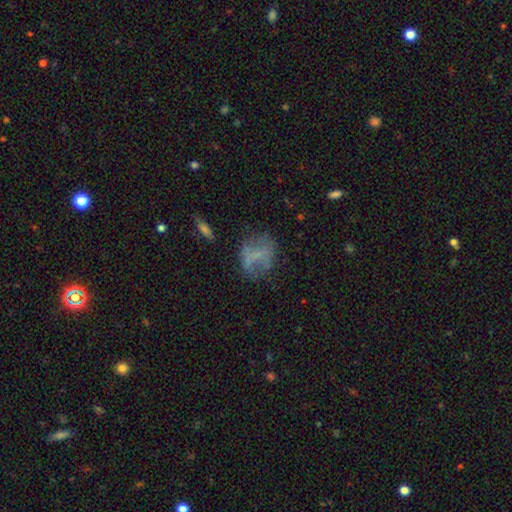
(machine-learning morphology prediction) Smooth or featured?
  - smooth: 45% *
  - featured or disk: 41%
  - star or artifact: 14%
Merging?
  - none: 54% *
  - minor disturbance: 23%
  - major disturbance: 19%
  - merger: 4%